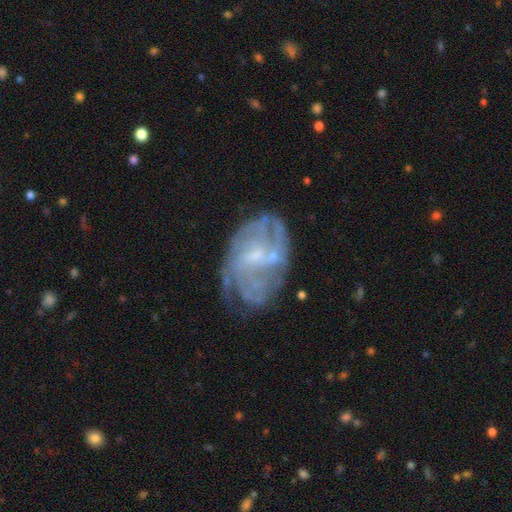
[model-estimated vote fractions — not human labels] This appears to be a featured or disk galaxy (78%) with a weak bar (47%), tight (49%) spiral arms (82%) and a small central bulge (59%). Merging: none (58%).